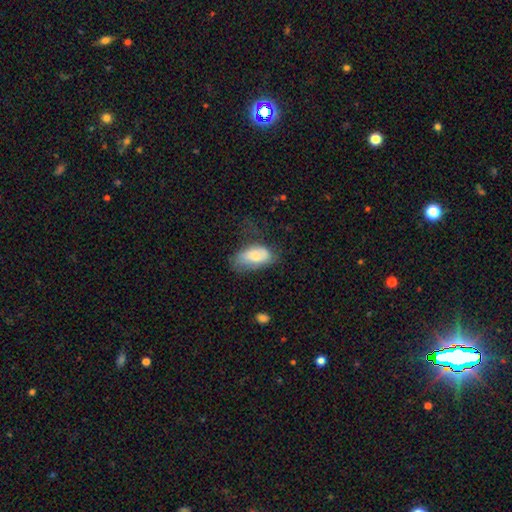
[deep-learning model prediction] A smooth galaxy with no disk features (70%) that is in between round and cigar-shaped (93%). Merging: none (43%).